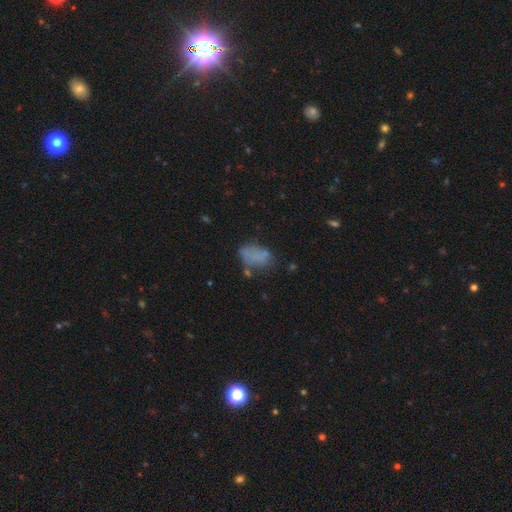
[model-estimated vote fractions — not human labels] This is likely a smooth galaxy (65%). How rounded: clearly in between (87%). Merging: marginally none (43%).